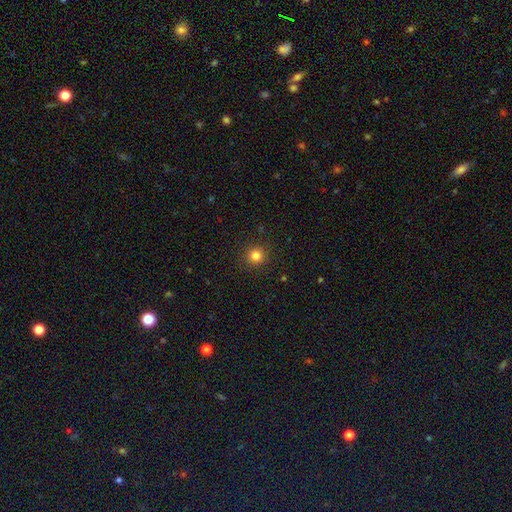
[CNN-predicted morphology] Smooth or featured: smooth — 82% (star or artifact — 13%)
How rounded: round — 94% (in between — 5%)
Merging: none — 91% (minor disturbance — 5%)